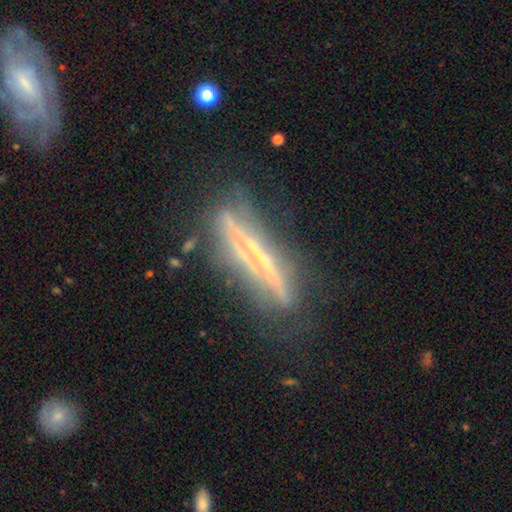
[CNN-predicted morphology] A featured or disk galaxy (73%) viewed edge-on (88%) with no central bulge (71%).

Vote fractions:
- Smooth or featured? featured or disk: 73% / smooth: 19% / star or artifact: 8%
- Edge-on disk? yes: 88% / no: 12%
- Edge-on bulge? none: 71% / rounded: 19% / boxy: 9%
- Merging? none: 67% / minor disturbance: 20% / major disturbance: 9% / merger: 4%